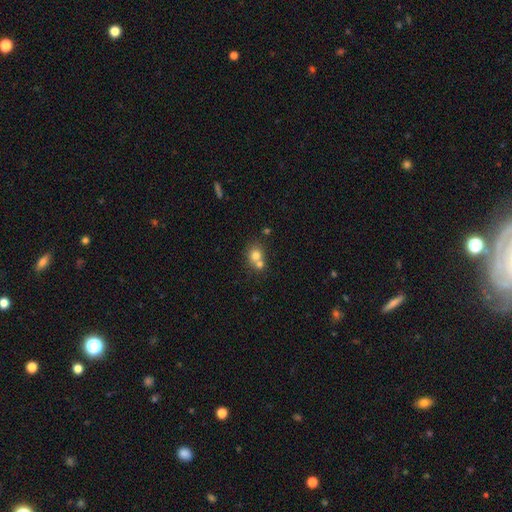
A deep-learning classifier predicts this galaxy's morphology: Q: Smooth or featured?
A: smooth (75%); runner-up: featured or disk (14%)
Q: How rounded?
A: round (75%); runner-up: in between (24%)
Q: Merging?
A: merger (53%); runner-up: none (37%)